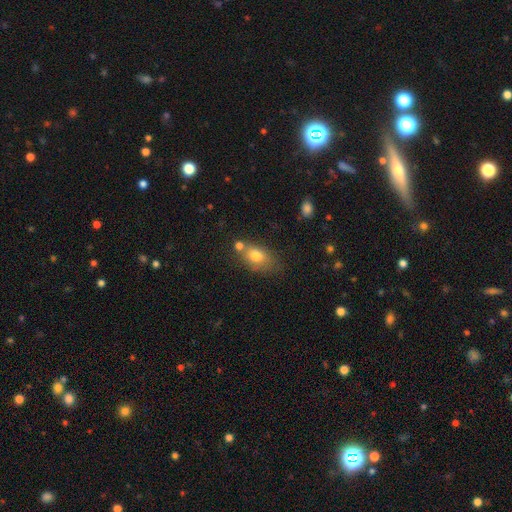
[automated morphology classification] Overall: smooth (77%). How rounded: in between (80%). Merging: none (51%; minor disturbance 21%).